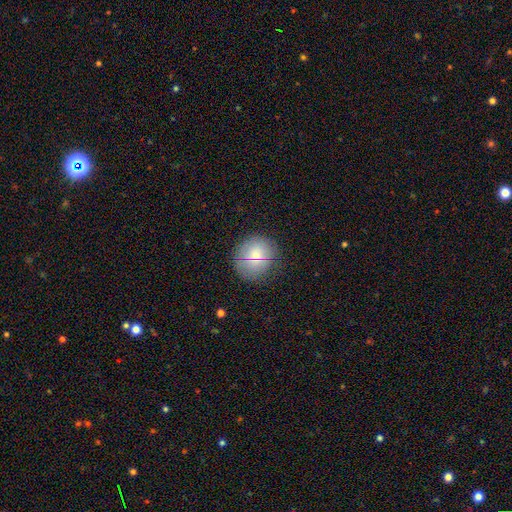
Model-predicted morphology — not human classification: smooth 75%, star or artifact 13%, featured or disk 12%. Down the decision tree: how rounded — round (82%); merging — none (82%).